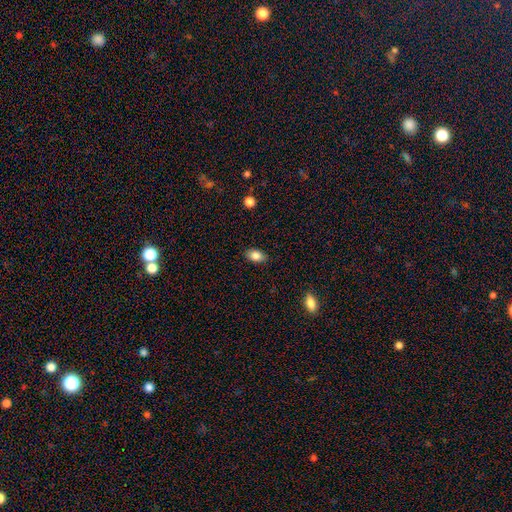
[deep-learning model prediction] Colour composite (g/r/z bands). It shows a smooth galaxy with no disk features (85%) that is in between round and cigar-shaped (88%). Merging: none (87%).